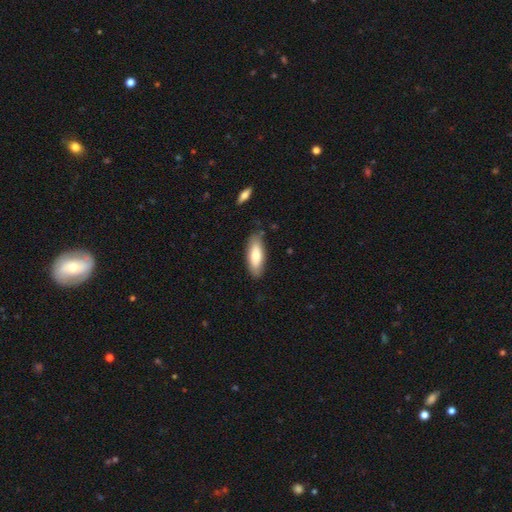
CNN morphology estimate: Q: Smooth or featured?
A: smooth (75%); runner-up: featured or disk (19%)
Q: How rounded?
A: in between (66%); runner-up: cigar-shaped (32%)
Q: Merging?
A: none (83%); runner-up: minor disturbance (13%)